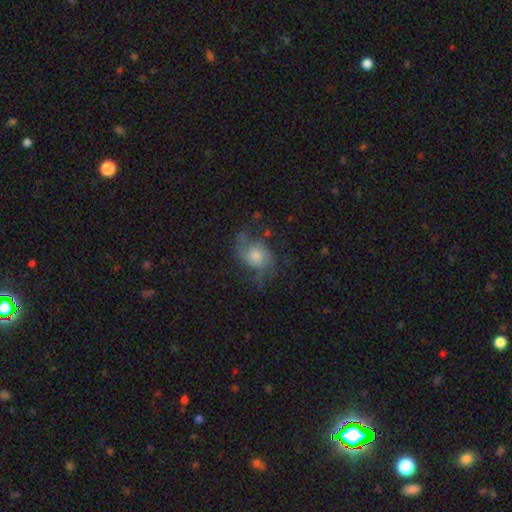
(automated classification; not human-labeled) Overall: featured or disk (58%; smooth 32%). Edge-on disk: no (96%). Bar: no (76%). Spiral arms: yes (84%). Bulge size: moderate (46%; large 24%). Merging: none (53%; minor disturbance 23%).